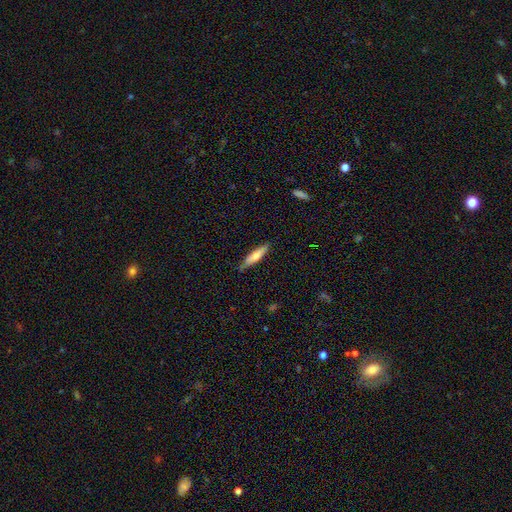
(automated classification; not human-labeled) Smooth or featured? smooth (61%)
How rounded? cigar-shaped (80%)
Merging? none (80%)